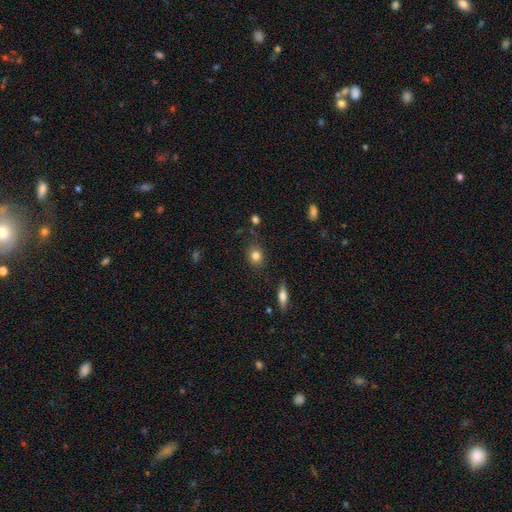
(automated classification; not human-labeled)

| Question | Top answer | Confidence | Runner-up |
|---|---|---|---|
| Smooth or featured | smooth | 82% | star or artifact (10%) |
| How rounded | round | 61% | in between (37%) |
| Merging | none | 80% | minor disturbance (14%) |